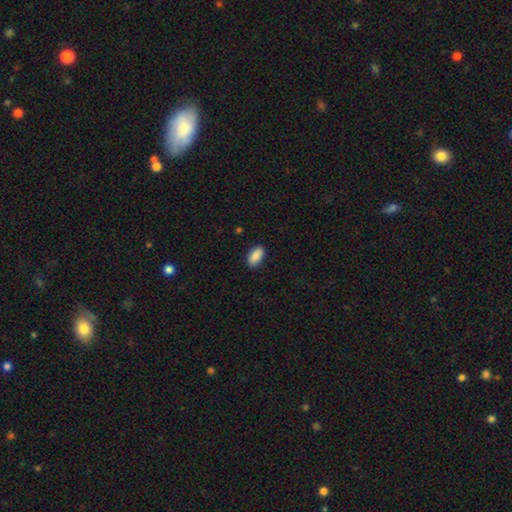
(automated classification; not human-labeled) This is clearly a smooth galaxy (90%). How rounded: clearly in between (92%). Merging: clearly none (88%).